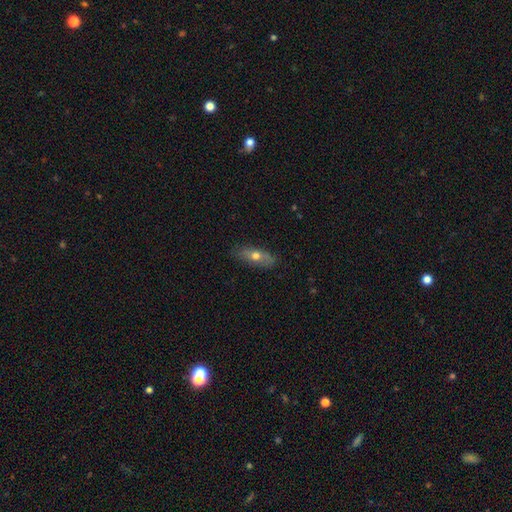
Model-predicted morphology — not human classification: Overall: smooth (54%; featured or disk 39%). How rounded: in between (60%; cigar-shaped 36%). Merging: none (83%).